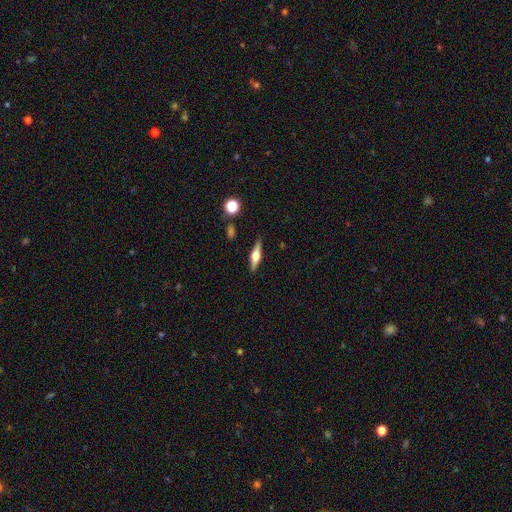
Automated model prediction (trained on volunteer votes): This is likely a featured or disk galaxy (65%). It is clearly viewed edge-on (96%). Edge-on bulge: clearly rounded (93%). Merging: clearly none (88%).